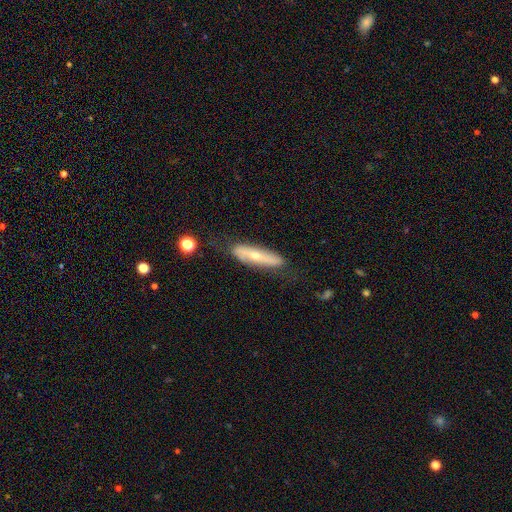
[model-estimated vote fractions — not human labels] This appears to be a featured or disk galaxy (58%) viewed edge-on (50%, tied with no). Merging: none (71%).